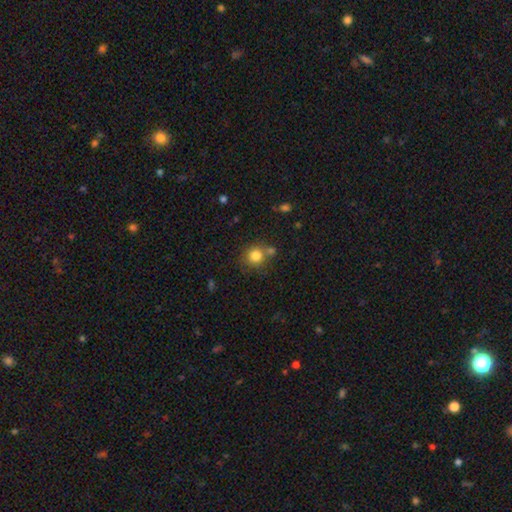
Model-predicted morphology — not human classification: smooth-or-featured: smooth: 81% | star or artifact: 12% | featured or disk: 8%
  how-rounded: round: 88% | in between: 11% | cigar-shaped: 1%
  merging: none: 65% | merger: 19% | minor disturbance: 11% | major disturbance: 4%